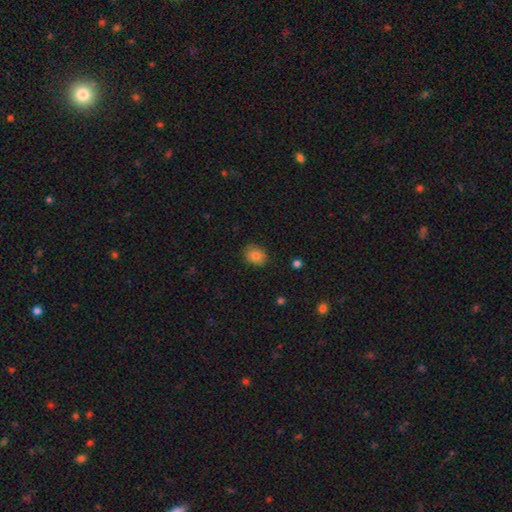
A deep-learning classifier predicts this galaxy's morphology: A smooth galaxy with no disk features (83%) that is round (61%). Merging: none (84%).